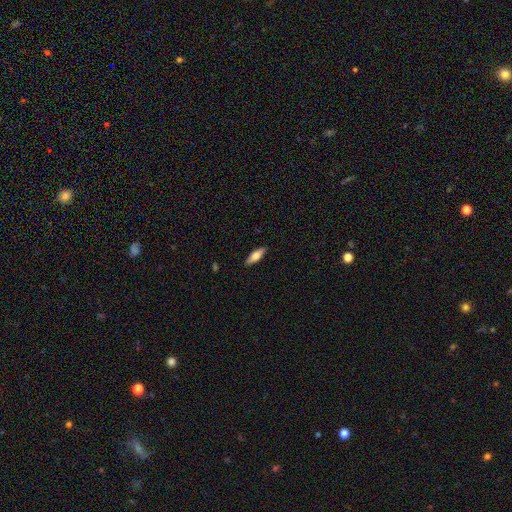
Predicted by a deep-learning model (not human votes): smooth 65%, featured or disk 30%, star or artifact 6%. Down the decision tree: how rounded — in between (57%); merging — none (90%).